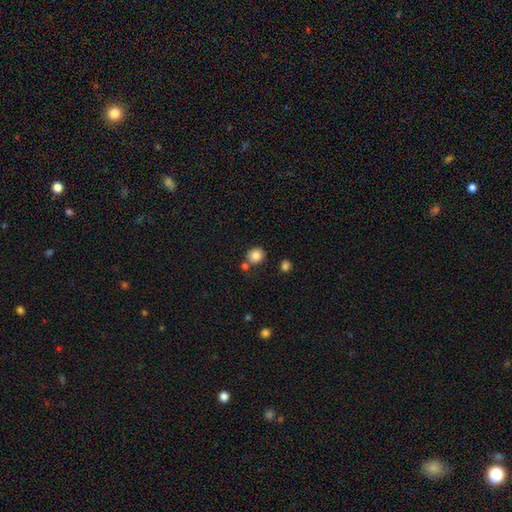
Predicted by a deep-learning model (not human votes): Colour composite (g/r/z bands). It shows a smooth galaxy with no disk features (84%) that is round (81%). Merging: none (72%).